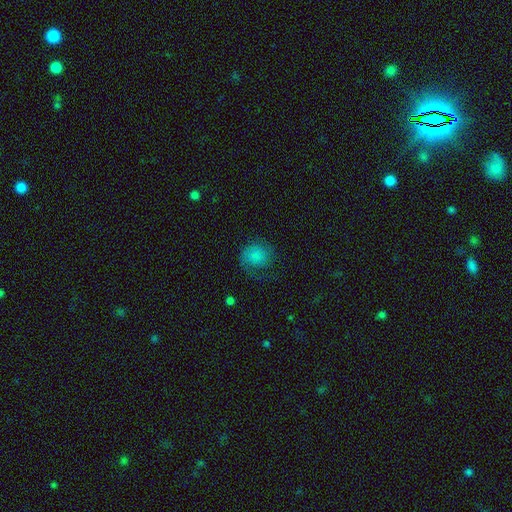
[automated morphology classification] Smooth or featured: smooth — 60% (featured or disk — 29%)
How rounded: round — 73% (in between — 26%)
Merging: none — 55% (minor disturbance — 22%)